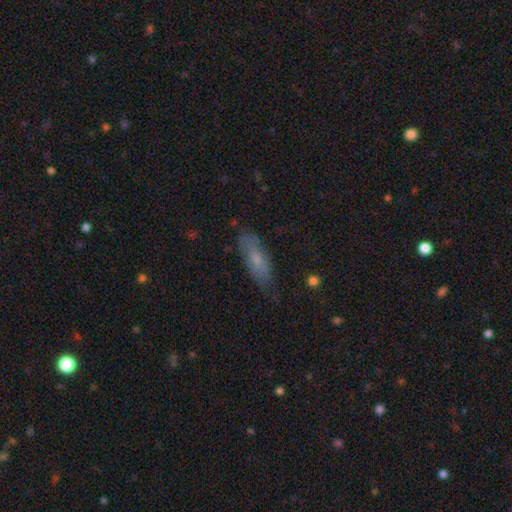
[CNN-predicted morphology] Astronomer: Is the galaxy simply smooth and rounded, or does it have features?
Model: smooth — 45% (runner-up: featured or disk, 37%).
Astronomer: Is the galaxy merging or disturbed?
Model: none — 78%.